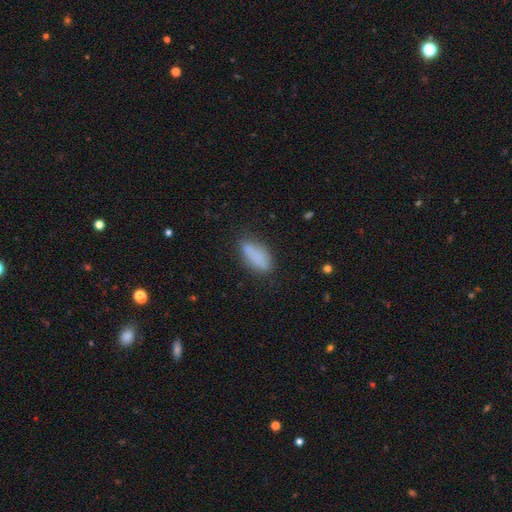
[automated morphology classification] Overall: smooth (83%). How rounded: in between (76%). Merging: none (72%).